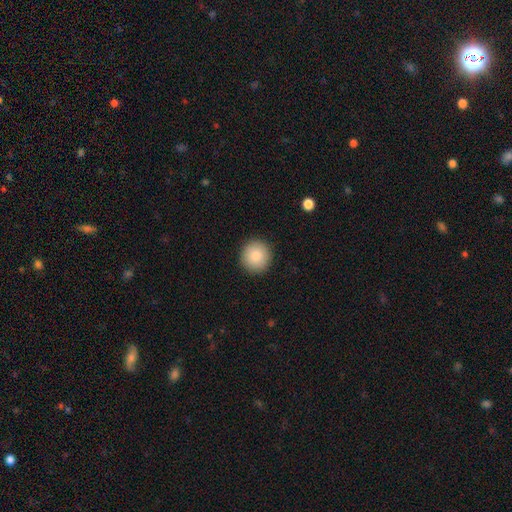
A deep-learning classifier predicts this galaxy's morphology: This appears to be a smooth galaxy with no disk features (85%) that is round (95%). Merging: none (92%).